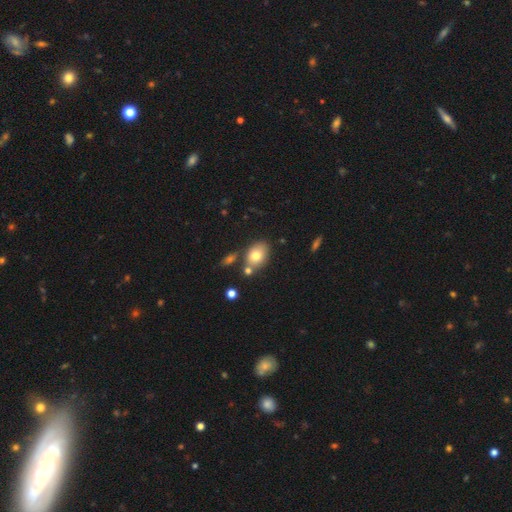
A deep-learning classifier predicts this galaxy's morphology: Smooth or featured?
  - smooth: 75% *
  - featured or disk: 15%
  - star or artifact: 9%
How rounded?
  - in between: 75% *
  - round: 23%
  - cigar-shaped: 1%
Merging?
  - none: 65% *
  - merger: 17%
  - minor disturbance: 14%
  - major disturbance: 4%